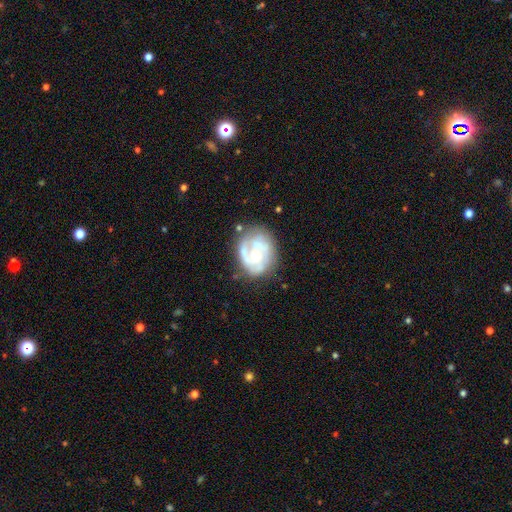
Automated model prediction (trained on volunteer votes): Smooth or featured: featured or disk — 76% (smooth — 18%)
Edge-on disk: no — 98% (yes — 2%)
Bar: no — 76% (weak — 20%)
Spiral arms: yes — 76% (no — 24%)
Spiral winding: tight — 53% (medium — 34%)
Spiral arm count: 2 — 34% (can't tell — 33%)
Bulge size: moderate — 50% (small — 43%)
Merging: none — 58% (minor disturbance — 24%)